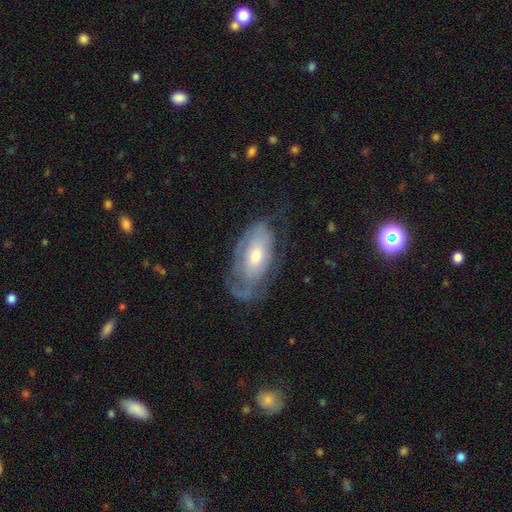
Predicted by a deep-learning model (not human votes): Morphology: type=featured or disk (61%); edge-on=no (91%); bar=no (74%); spiral arms=yes (66%); bulge=moderate (60%); merging=none (49%).